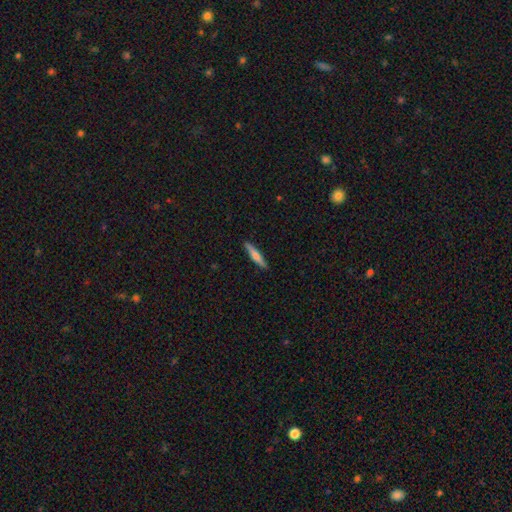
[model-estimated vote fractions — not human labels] This appears to be a smooth galaxy with no disk features (57%) that is cigar-shaped (90%). Merging: none (90%).